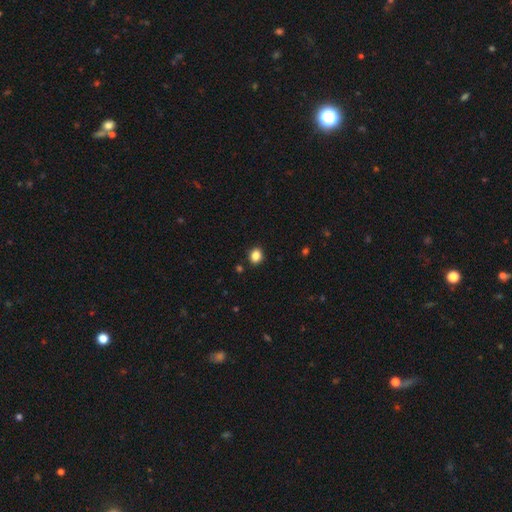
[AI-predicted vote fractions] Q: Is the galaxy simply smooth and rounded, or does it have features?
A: smooth — 86%.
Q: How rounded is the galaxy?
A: round — 56%.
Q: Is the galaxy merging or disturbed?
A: none — 89%.